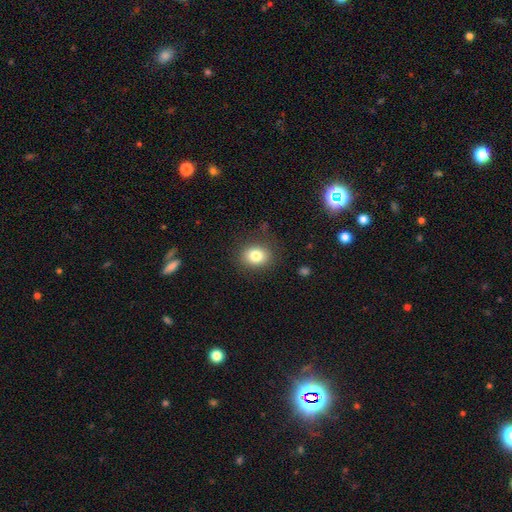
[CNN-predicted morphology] smooth-or-featured: smooth: 81% | star or artifact: 10% | featured or disk: 8%
  how-rounded: round: 54% | in between: 46% | cigar-shaped: 1%
  merging: none: 85% | minor disturbance: 10% | major disturbance: 4% | merger: 1%